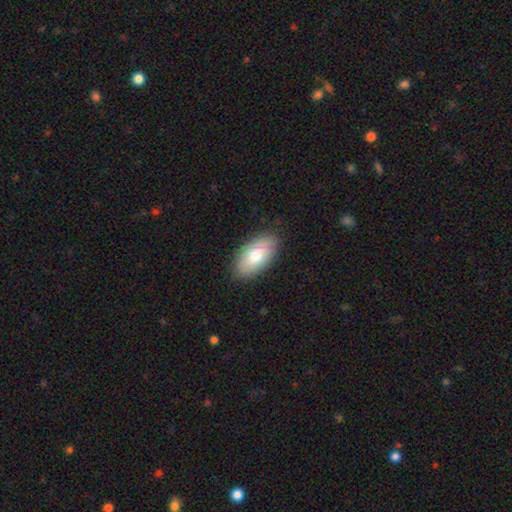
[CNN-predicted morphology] smooth 75%, featured or disk 18%, star or artifact 6%. Down the decision tree: how rounded — in between (94%); merging — none (86%).